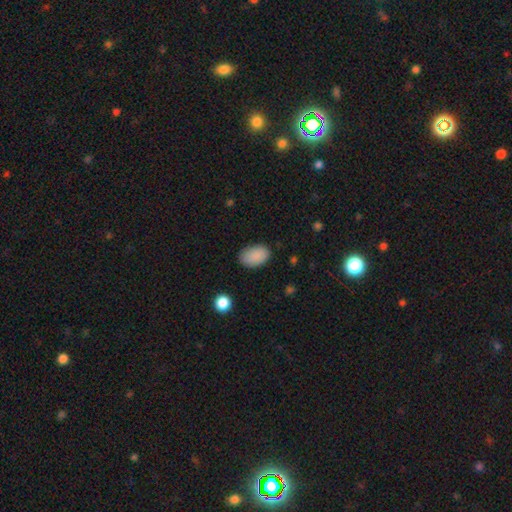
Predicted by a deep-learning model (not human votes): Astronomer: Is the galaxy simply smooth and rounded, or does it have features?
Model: smooth — 89%.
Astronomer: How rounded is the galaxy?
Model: in between — 90%.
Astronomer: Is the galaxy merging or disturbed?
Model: none — 82%.